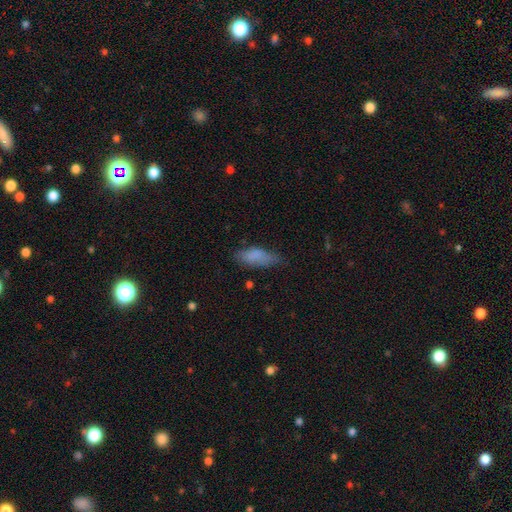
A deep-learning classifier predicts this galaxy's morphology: Overall: smooth (81%). How rounded: in between (69%; cigar-shaped 29%). Merging: none (63%; minor disturbance 28%).